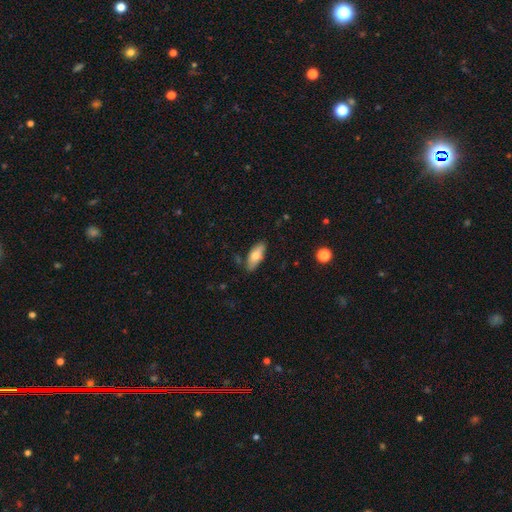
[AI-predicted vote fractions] This is likely a smooth galaxy (72%). How rounded: likely in between (79%). Merging: likely none (80%).